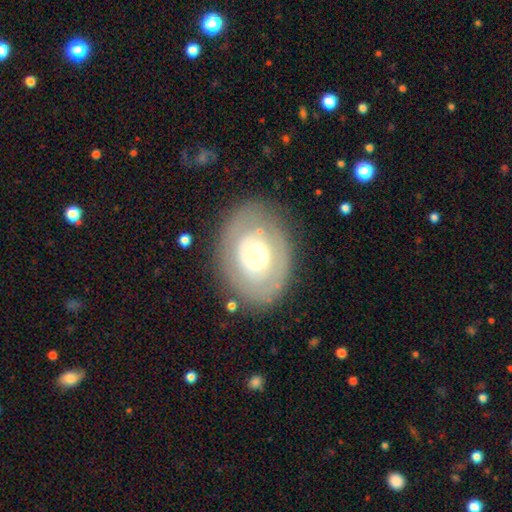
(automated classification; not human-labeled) smooth_or_featured: smooth (p=0.47) [alt: featured or disk p=0.46]
merging: none (p=0.77) [alt: minor disturbance p=0.13]